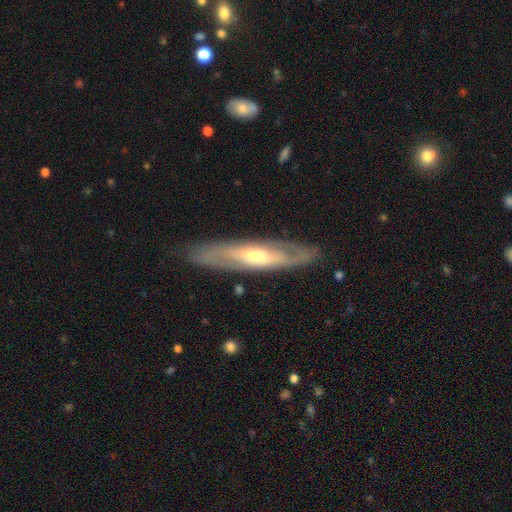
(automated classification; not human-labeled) This is likely a featured or disk galaxy (66%). It is possibly not viewed edge-on (57%). Merging: clearly none (84%).